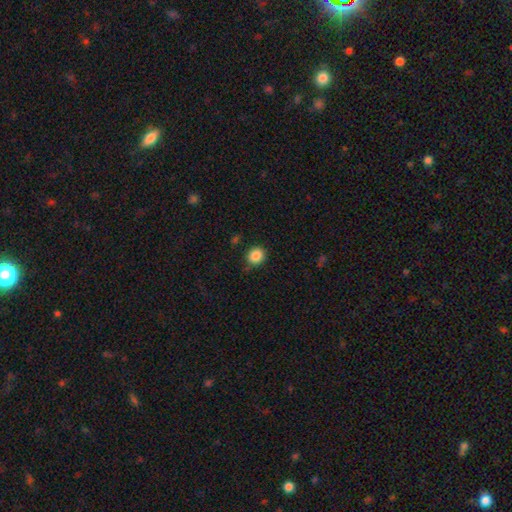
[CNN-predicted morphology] Q: Smooth or featured?
A: smooth (86%); runner-up: star or artifact (10%)
Q: How rounded?
A: round (75%); runner-up: in between (25%)
Q: Merging?
A: none (80%); runner-up: minor disturbance (15%)